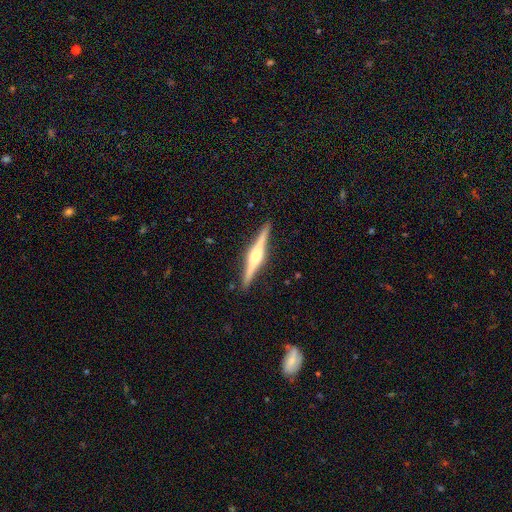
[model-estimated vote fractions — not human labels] A featured or disk galaxy (79%) viewed edge-on (98%) with a rounded central bulge (83%).

Vote fractions:
- Smooth or featured? featured or disk: 79% / smooth: 16% / star or artifact: 5%
- Edge-on disk? yes: 98% / no: 2%
- Edge-on bulge? rounded: 83% / boxy: 13% / none: 4%
- Merging? none: 91% / minor disturbance: 7% / major disturbance: 1% / merger: 1%